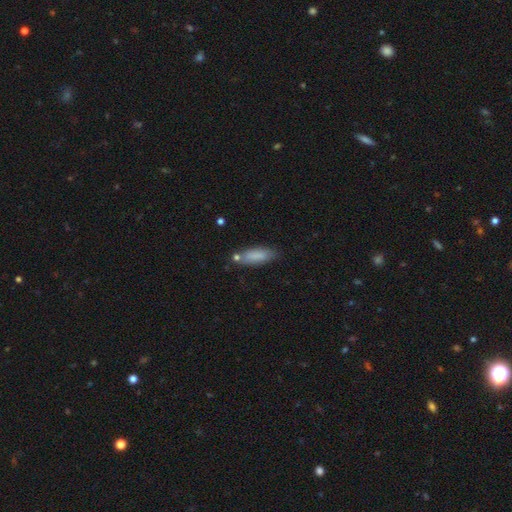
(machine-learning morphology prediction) Smooth or featured? Predicted: smooth (p=0.84). How rounded? Predicted: in between (p=0.54). Merging? Predicted: none (p=0.72).